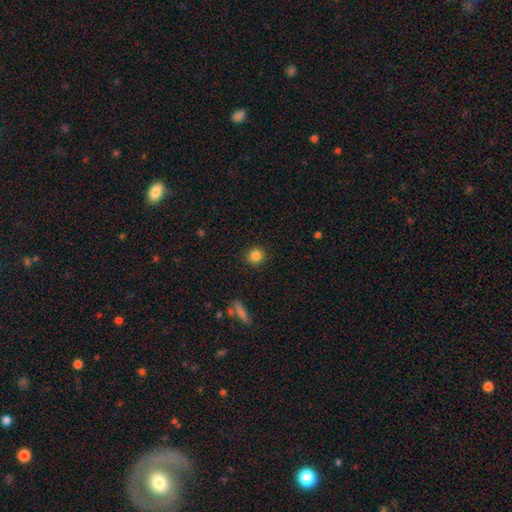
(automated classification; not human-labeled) Smooth or featured? smooth (85%)
How rounded? round (89%)
Merging? none (90%)